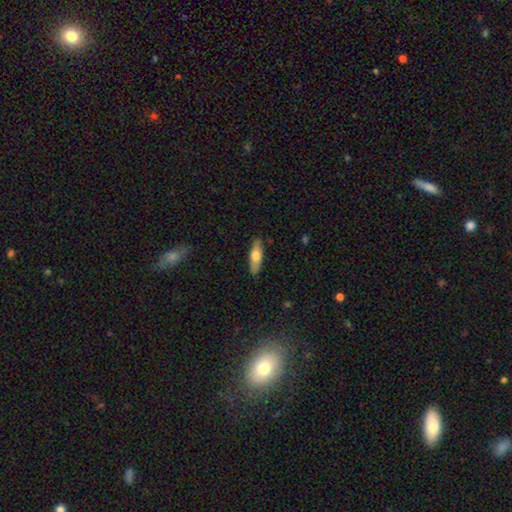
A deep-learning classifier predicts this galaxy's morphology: smooth 65%, featured or disk 29%, star or artifact 6%. Down the decision tree: how rounded — cigar-shaped (56%); merging — none (87%).